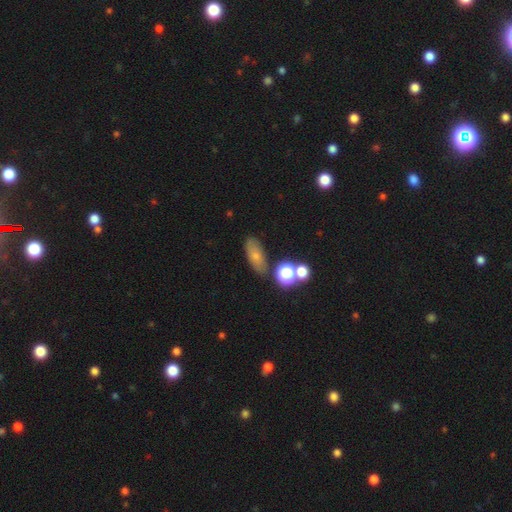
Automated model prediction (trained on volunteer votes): A smooth galaxy with no disk features (68%) that is in between round and cigar-shaped (73%). Merging: none (74%).